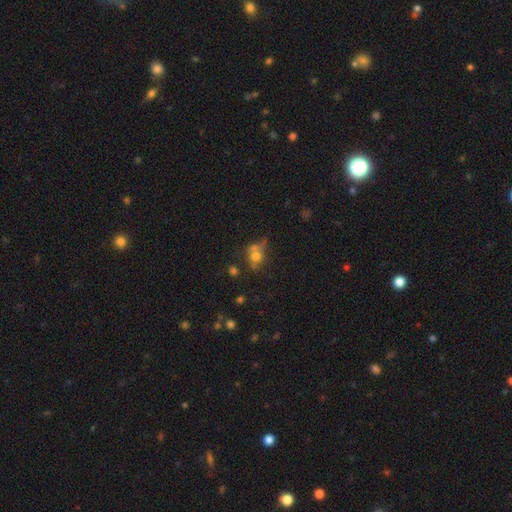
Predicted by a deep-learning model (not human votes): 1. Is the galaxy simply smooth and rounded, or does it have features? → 63% smooth, 19% featured or disk, 18% star or artifact.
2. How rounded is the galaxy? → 67% round, 30% in between, 2% cigar-shaped.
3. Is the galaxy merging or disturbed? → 42% none, 30% merger, 17% minor disturbance, 12% major disturbance.